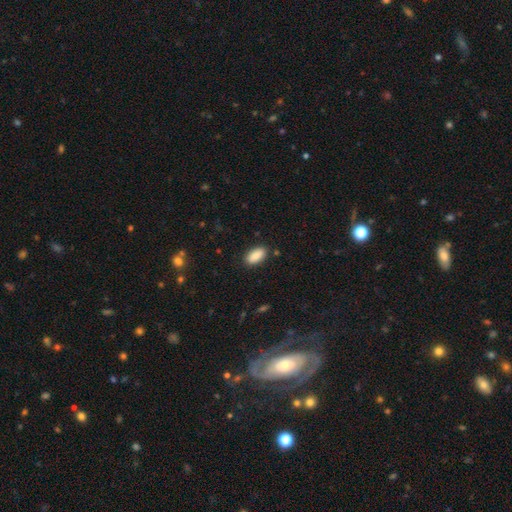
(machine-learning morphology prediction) This is clearly a smooth galaxy (87%). How rounded: clearly in between (93%). Merging: clearly none (88%).